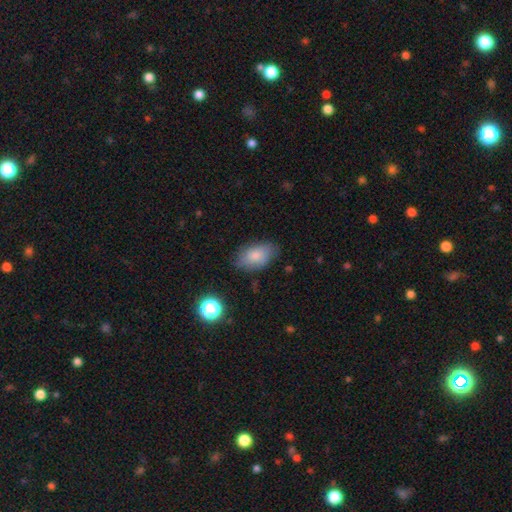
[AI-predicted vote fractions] A smooth galaxy with no disk features (80%) that is in between round and cigar-shaped (92%). Merging: none (74%).